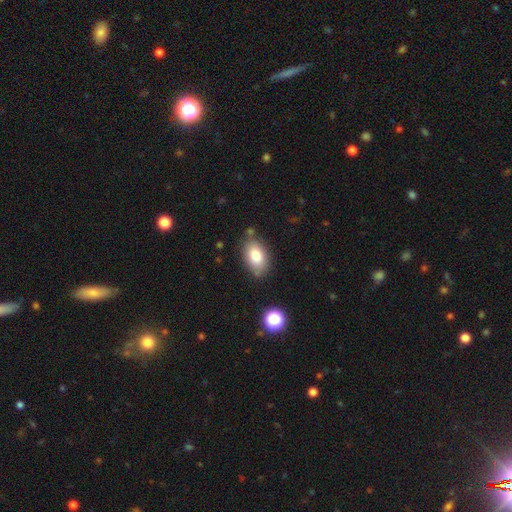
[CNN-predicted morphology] A smooth galaxy with no disk features (84%) that is in between round and cigar-shaped (91%).

Vote fractions:
- Smooth or featured? smooth: 84% / featured or disk: 8% / star or artifact: 8%
- How rounded? in between: 91% / round: 7% / cigar-shaped: 2%
- Merging? none: 73% / minor disturbance: 17% / merger: 6% / major disturbance: 4%